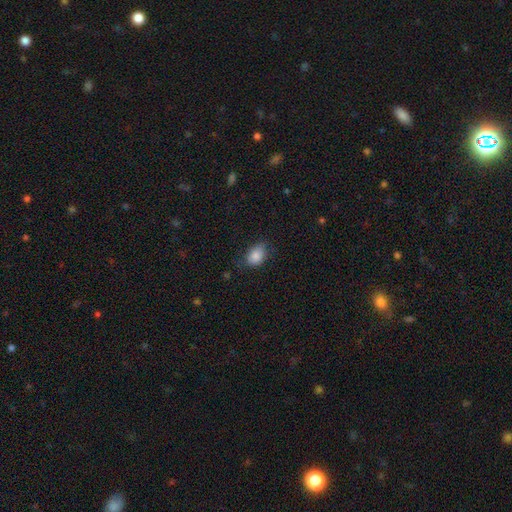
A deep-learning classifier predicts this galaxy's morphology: type=smooth (85%); roundness=in between (81%); merging=none (69%).